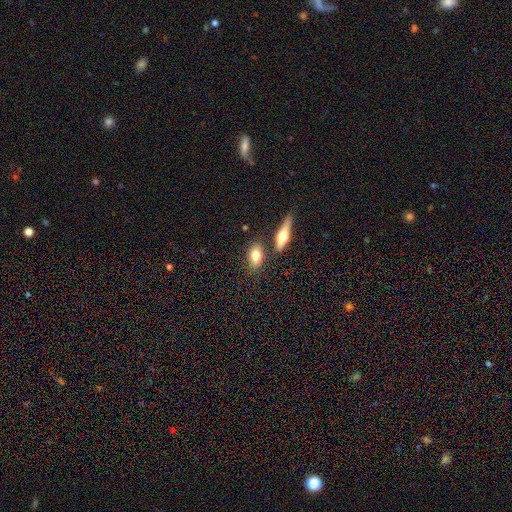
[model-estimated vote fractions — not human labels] This appears to be a smooth galaxy with no disk features (78%) that is in between round and cigar-shaped (80%). Merging: none (70%).